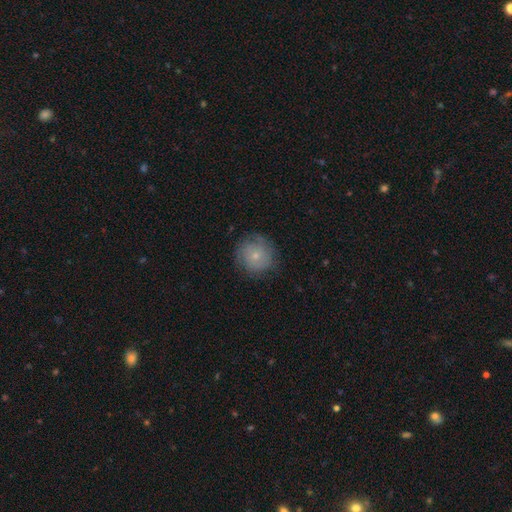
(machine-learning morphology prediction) A smooth galaxy with no disk features (59%) that is round (92%). Merging: none (76%).